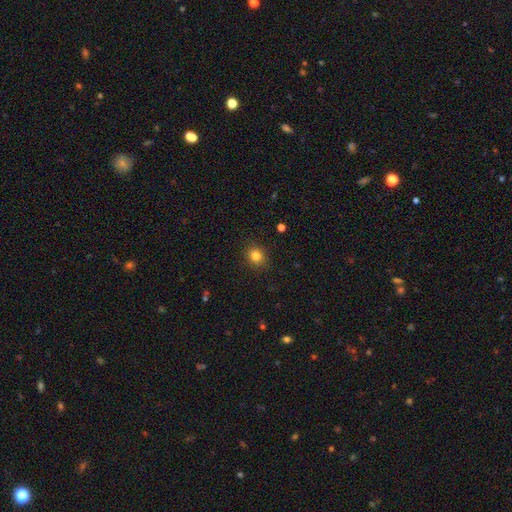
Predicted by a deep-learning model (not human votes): A smooth galaxy with no disk features (82%) that is round (75%).

Vote fractions:
- Smooth or featured? smooth: 82% / star or artifact: 12% / featured or disk: 6%
- How rounded? round: 75% / in between: 24% / cigar-shaped: 1%
- Merging? none: 90% / minor disturbance: 7% / major disturbance: 2% / merger: 1%